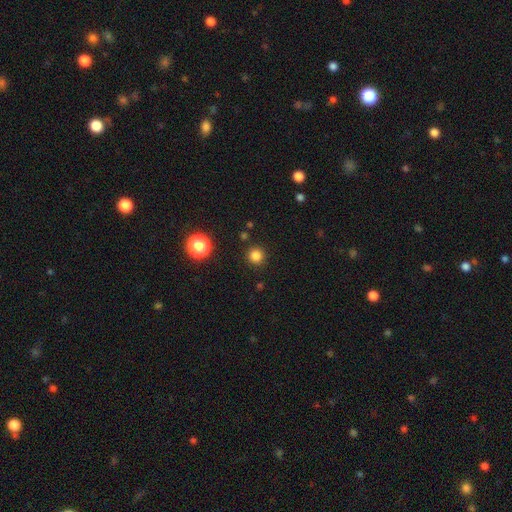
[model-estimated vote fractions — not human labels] smooth_or_featured: smooth (p=0.82) [alt: star or artifact p=0.14]
how_rounded: round (p=0.95) [alt: in between p=0.04]
merging: none (p=0.90) [alt: minor disturbance p=0.06]